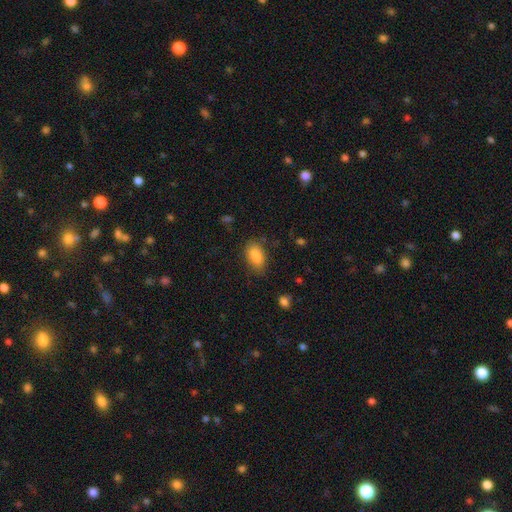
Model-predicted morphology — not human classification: Smooth or featured? Predicted: smooth (p=0.87). How rounded? Predicted: in between (p=0.92). Merging? Predicted: none (p=0.75).